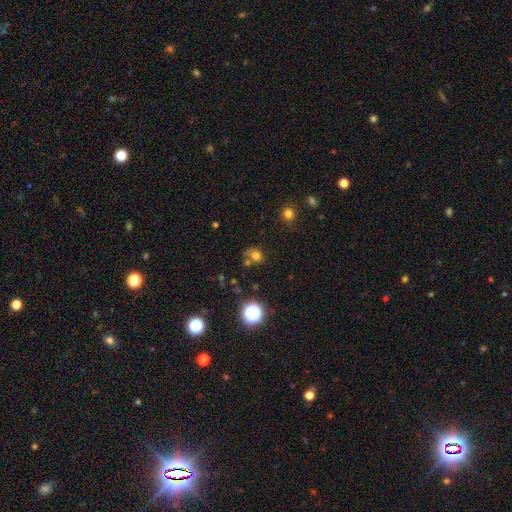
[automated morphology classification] A smooth galaxy with no disk features (70%) that is round (62%).

Vote fractions:
- Smooth or featured? smooth: 70% / star or artifact: 20% / featured or disk: 9%
- How rounded? round: 62% / in between: 37% / cigar-shaped: 1%
- Merging? none: 50% / merger: 22% / minor disturbance: 19% / major disturbance: 9%